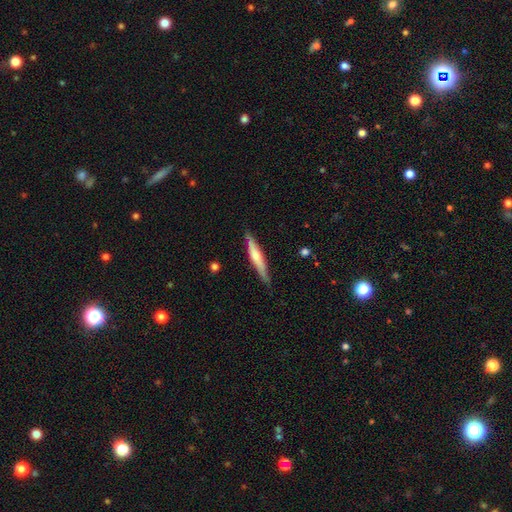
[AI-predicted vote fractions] A featured or disk galaxy (47%, tied with smooth). Merging: none (82%).